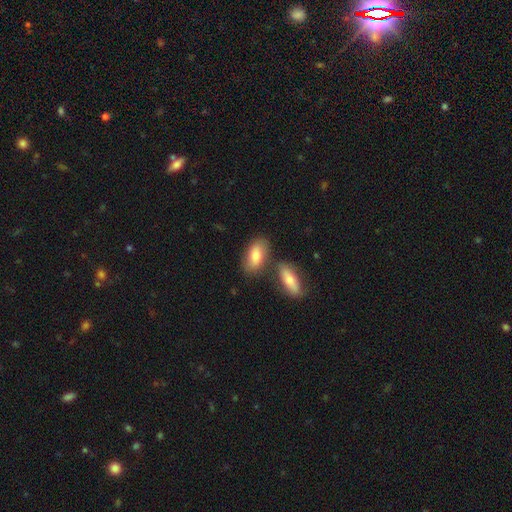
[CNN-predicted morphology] This is likely a smooth galaxy (77%). How rounded: clearly in between (89%). Merging: likely none (63%).